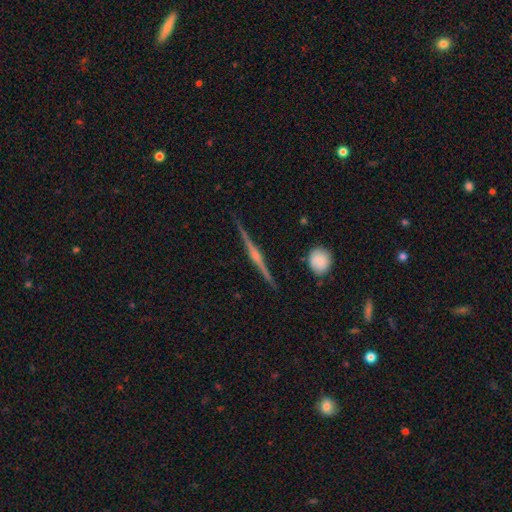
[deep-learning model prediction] smooth-or-featured: featured or disk: 84% | smooth: 10% | star or artifact: 6%
  disk-edge-on: yes: 98% | no: 2%
    edge-on-bulge: rounded: 79% | boxy: 11% | none: 10%
  merging: none: 89% | minor disturbance: 8% | major disturbance: 2% | merger: 1%